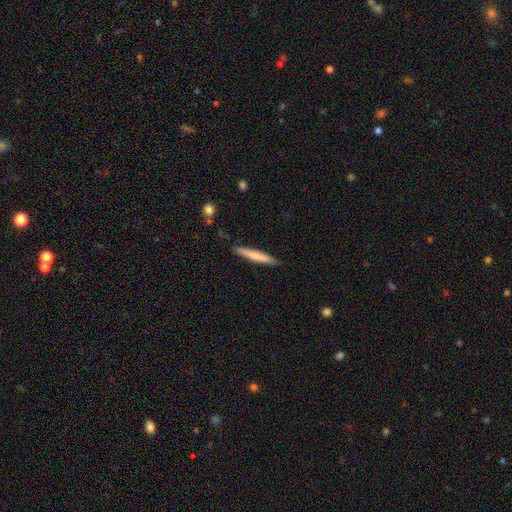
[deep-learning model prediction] smooth_or_featured: smooth (p=0.69) [alt: featured or disk p=0.25]
how_rounded: cigar-shaped (p=0.95) [alt: in between p=0.04]
merging: none (p=0.88) [alt: minor disturbance p=0.09]